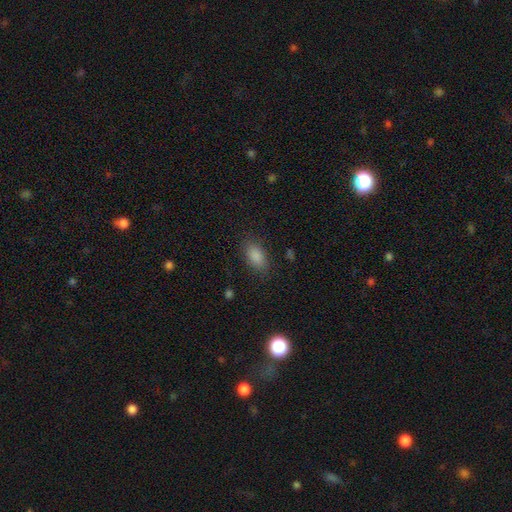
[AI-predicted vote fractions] Smooth or featured? smooth (85%)
How rounded? in between (89%)
Merging? none (85%)